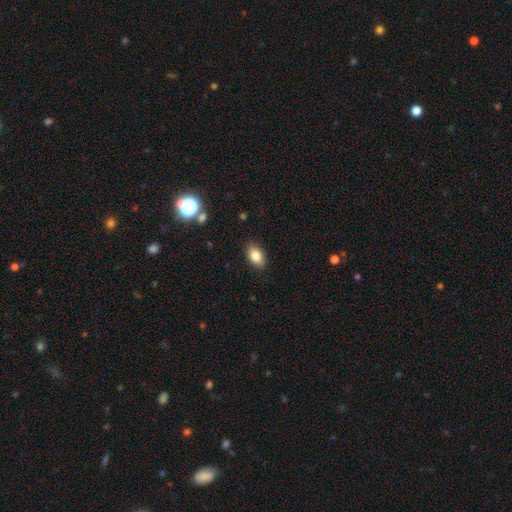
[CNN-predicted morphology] Smooth or featured? Predicted: smooth (p=0.83). How rounded? Predicted: in between (p=0.90). Merging? Predicted: none (p=0.87).